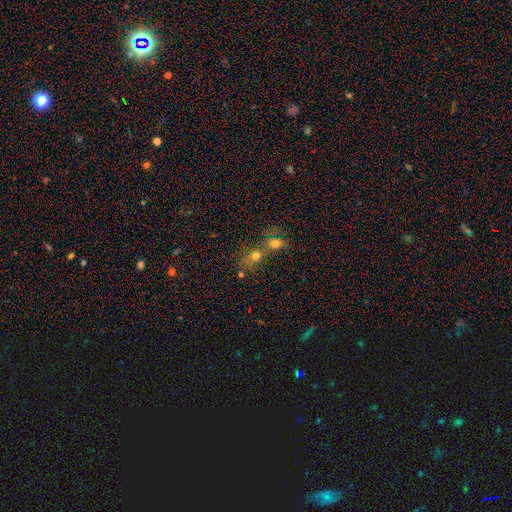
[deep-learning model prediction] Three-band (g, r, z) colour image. It shows a smooth galaxy with no disk features (63%) that is round (61%). Merging: merger (61%).